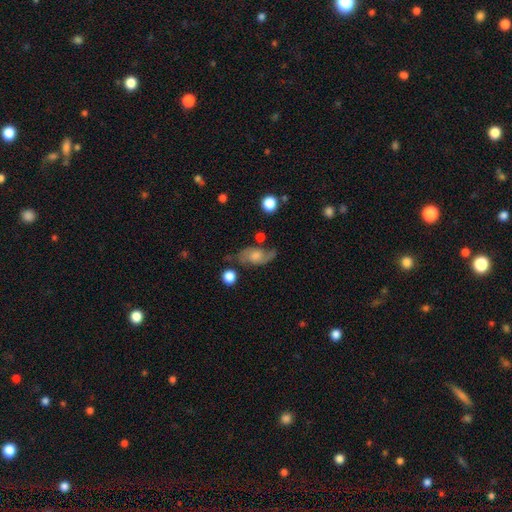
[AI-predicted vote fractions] This is possibly a featured or disk galaxy (59%). It is clearly not viewed edge-on (92%). Bar: likely no (66%). Spiral arm pattern: clearly yes (87%). Central bulge: marginally moderate (37%). Merging: possibly none (58%).